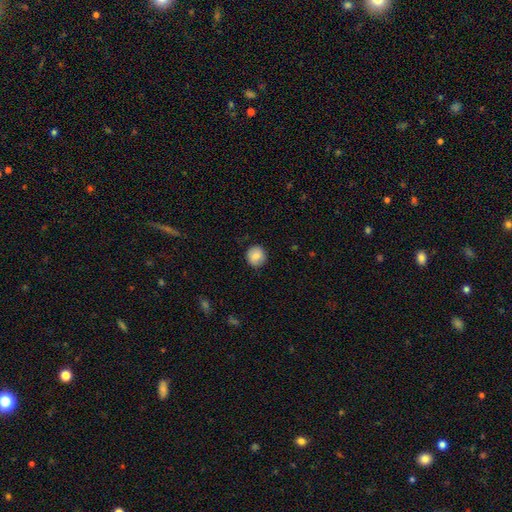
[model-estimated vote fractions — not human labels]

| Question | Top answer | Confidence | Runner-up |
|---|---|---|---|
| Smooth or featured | smooth | 82% | featured or disk (10%) |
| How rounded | round | 87% | in between (12%) |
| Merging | none | 85% | minor disturbance (11%) |